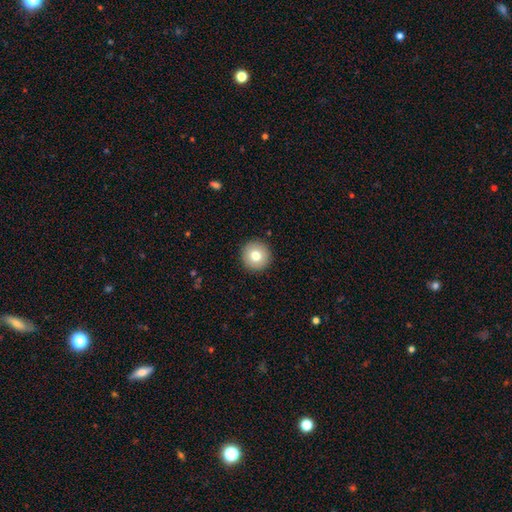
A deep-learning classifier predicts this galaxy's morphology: A smooth galaxy with no disk features (77%) that is round (96%). Merging: none (92%).